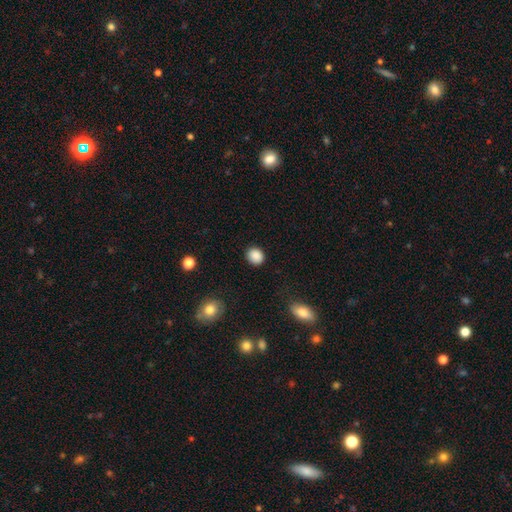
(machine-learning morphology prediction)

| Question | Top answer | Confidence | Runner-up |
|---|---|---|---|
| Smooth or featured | smooth | 88% | star or artifact (9%) |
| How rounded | round | 68% | in between (31%) |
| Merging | none | 88% | minor disturbance (8%) |